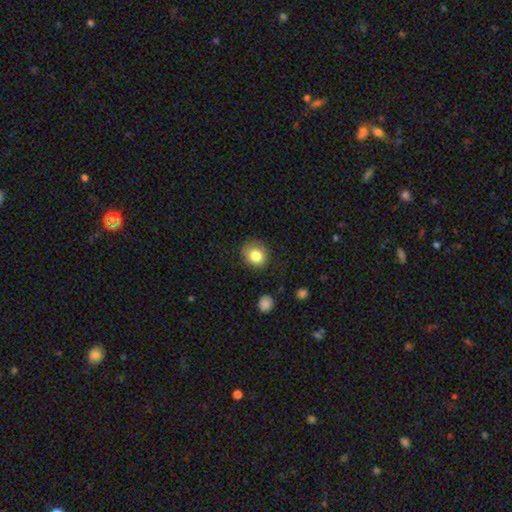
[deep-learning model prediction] Smooth or featured? Predicted: smooth (p=0.83). How rounded? Predicted: round (p=0.73). Merging? Predicted: none (p=0.76).